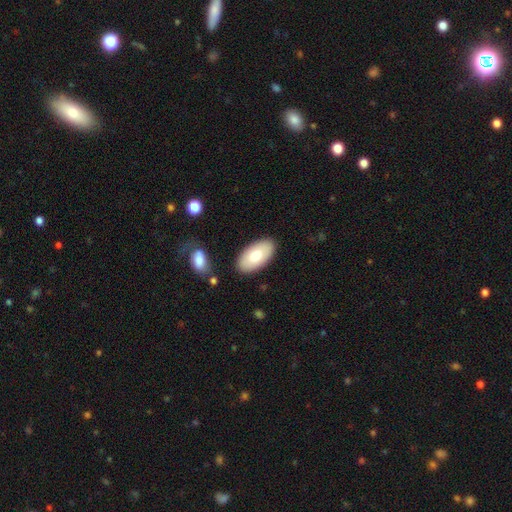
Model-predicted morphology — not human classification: This appears to be a smooth galaxy with no disk features (80%) that is in between round and cigar-shaped (95%). Merging: none (85%).